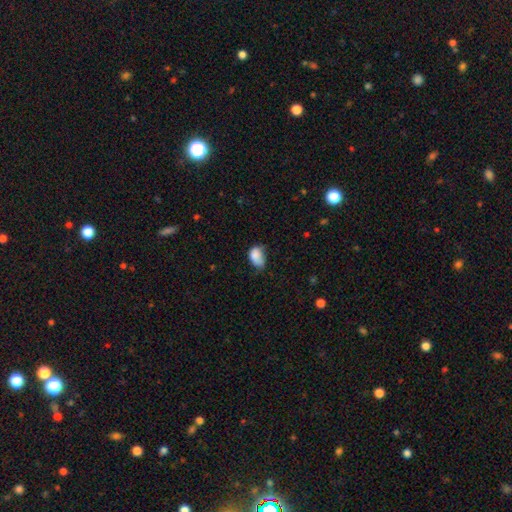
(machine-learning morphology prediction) Smooth or featured: smooth — 82% (featured or disk — 9%)
How rounded: in between — 83% (round — 15%)
Merging: minor disturbance — 44% (none — 35%)